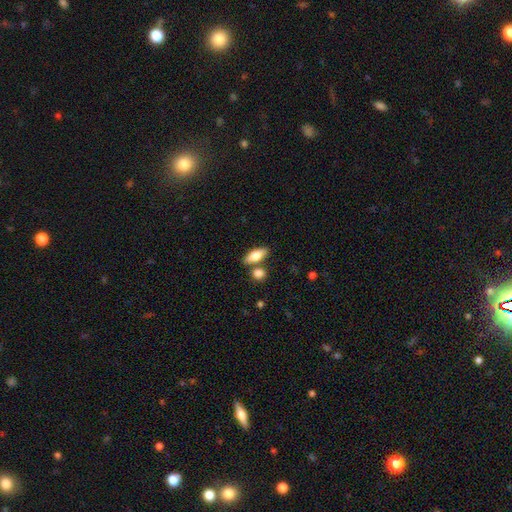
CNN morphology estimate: The model was most divided on "smooth or featured": smooth: 71%, featured or disk: 22%, star or artifact: 7%. More confident: how rounded — in between (73%); merging — none (73%).